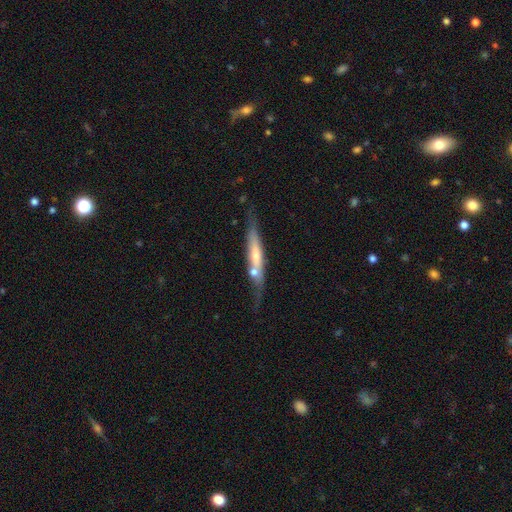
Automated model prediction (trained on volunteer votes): A featured or disk galaxy (58%) viewed edge-on (83%).

Vote fractions:
- Smooth or featured? featured or disk: 58% / smooth: 36% / star or artifact: 6%
- Edge-on disk? yes: 83% / no: 17%
- Merging? none: 57% / minor disturbance: 19% / merger: 17% / major disturbance: 6%